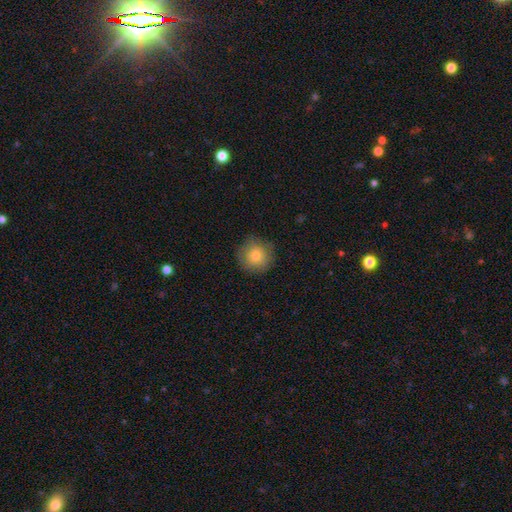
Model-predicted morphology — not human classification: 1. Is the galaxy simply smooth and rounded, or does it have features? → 81% smooth, 11% featured or disk, 8% star or artifact.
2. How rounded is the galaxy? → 93% round, 6% in between, 1% cigar-shaped.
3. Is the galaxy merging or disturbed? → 84% none, 12% minor disturbance, 3% major disturbance, 1% merger.